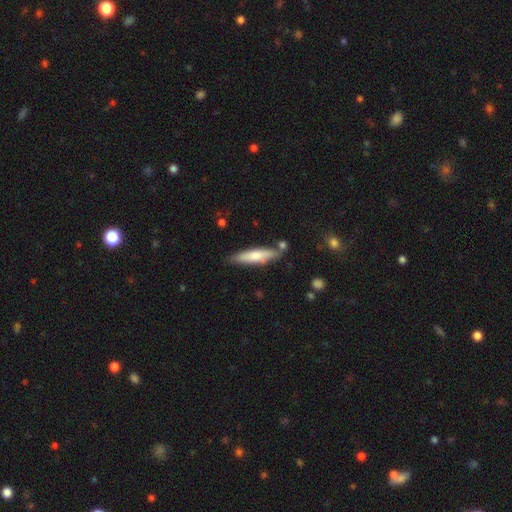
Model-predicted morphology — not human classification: smooth 63%, featured or disk 32%, star or artifact 5%. Down the decision tree: how rounded — cigar-shaped (81%); merging — none (76%).